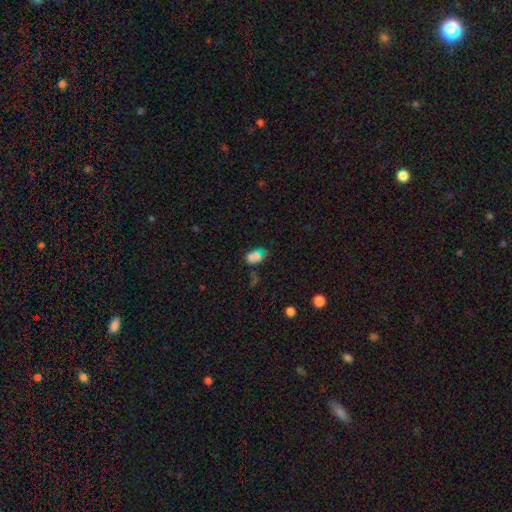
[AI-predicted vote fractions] smooth 57%, star or artifact 25%, featured or disk 18%. Down the decision tree: how rounded — in between (84%); merging — none (53%).